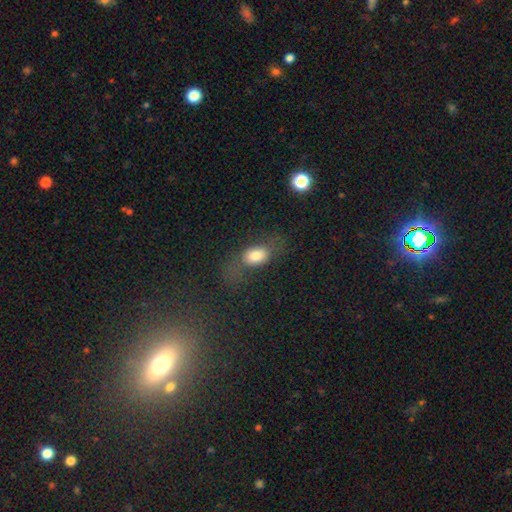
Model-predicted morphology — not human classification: smooth-or-featured: smooth: 76% | featured or disk: 13% | star or artifact: 11%
  how-rounded: in between: 77% | round: 19% | cigar-shaped: 4%
  merging: none: 51% | major disturbance: 24% | minor disturbance: 20% | merger: 4%